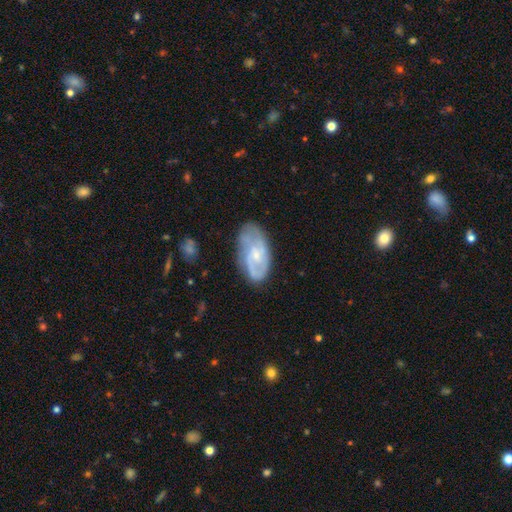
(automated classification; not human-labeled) smooth-or-featured: featured or disk: 74% | smooth: 20% | star or artifact: 6%
  disk-edge-on: no: 96% | yes: 4%
    bar: no: 62% | weak: 33% | strong: 5%
    has-spiral-arms: yes: 89% | no: 11%
      spiral-winding: medium: 44% | tight: 38% | loose: 18%
      spiral-arm-count: 2: 50% | can't tell: 26% | 3: 13% | 1: 5% | 4: 3% | more than 4: 3%
    bulge-size: small: 69% | moderate: 25% | none: 4% | large: 1% | dominant: 1%
  merging: none: 66% | minor disturbance: 23% | major disturbance: 9% | merger: 2%